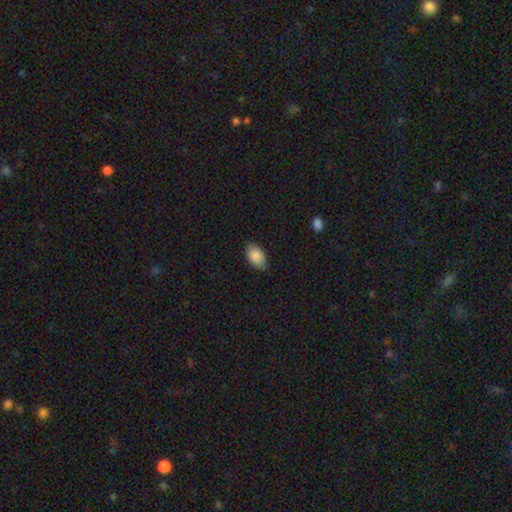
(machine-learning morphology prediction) Smooth or featured: smooth — 88% (star or artifact — 7%)
How rounded: in between — 93% (round — 5%)
Merging: none — 83% (minor disturbance — 14%)